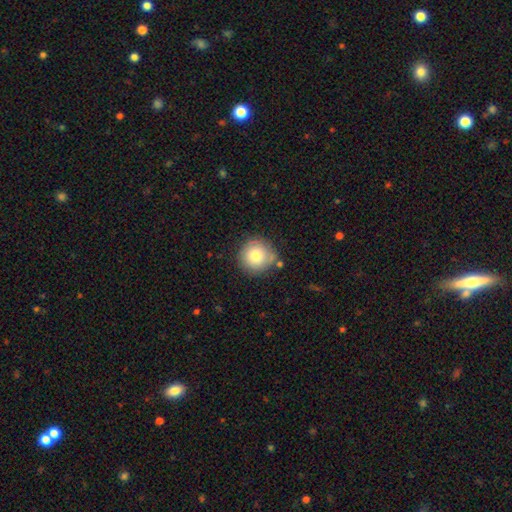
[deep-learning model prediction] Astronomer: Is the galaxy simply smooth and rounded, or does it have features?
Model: smooth — 78%.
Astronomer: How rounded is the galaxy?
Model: round — 94%.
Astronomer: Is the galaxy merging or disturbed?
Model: none — 76%.